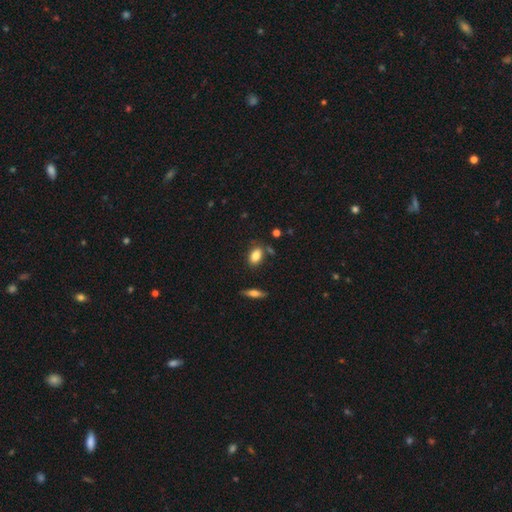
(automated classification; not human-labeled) Smooth or featured? Predicted: smooth (p=0.84). How rounded? Predicted: in between (p=0.84). Merging? Predicted: none (p=0.76).